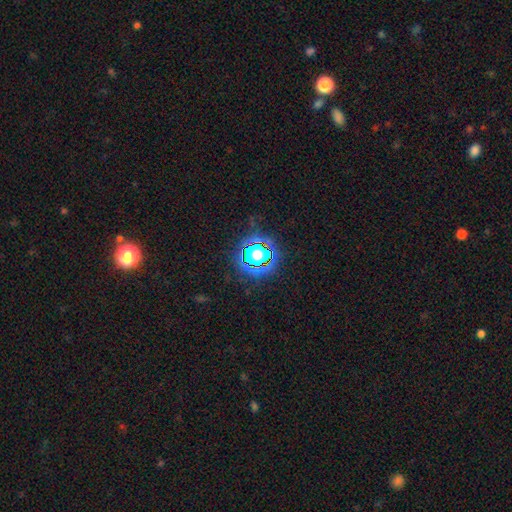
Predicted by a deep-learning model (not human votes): Q: Smooth or featured?
A: star or artifact (58%); runner-up: smooth (29%)